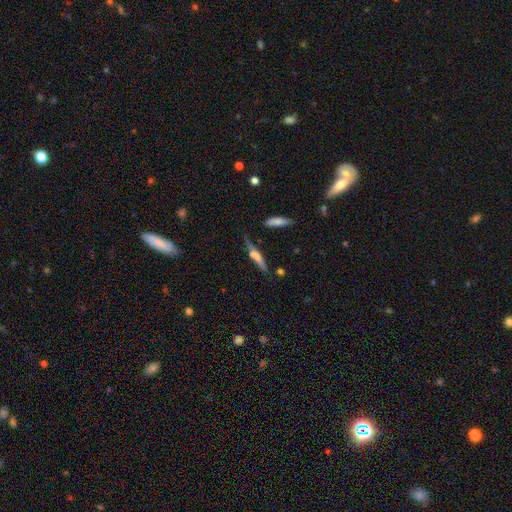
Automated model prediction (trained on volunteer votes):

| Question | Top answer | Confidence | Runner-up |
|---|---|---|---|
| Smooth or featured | featured or disk | 53% | smooth (40%) |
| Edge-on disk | yes | 94% | no (6%) |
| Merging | none | 69% | minor disturbance (18%) |